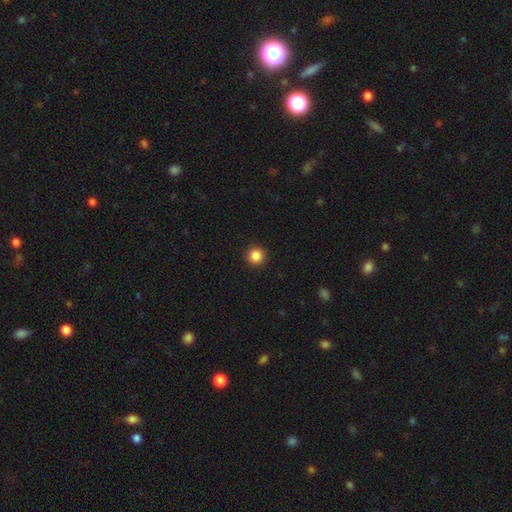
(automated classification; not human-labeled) Morphology: type=smooth (86%); roundness=round (96%); merging=none (93%).